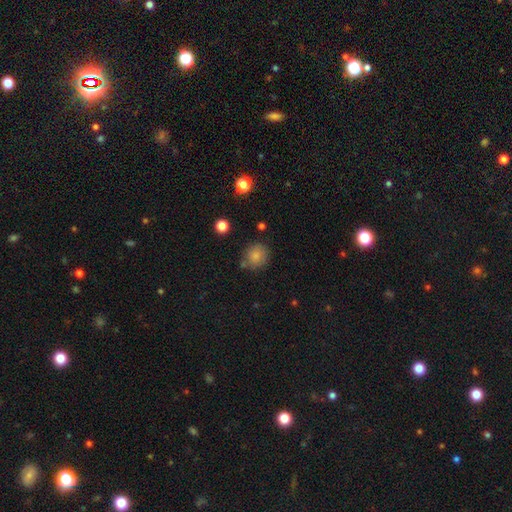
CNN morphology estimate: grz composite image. It shows a smooth galaxy with no disk features (83%) that is round (86%). Merging: none (77%).